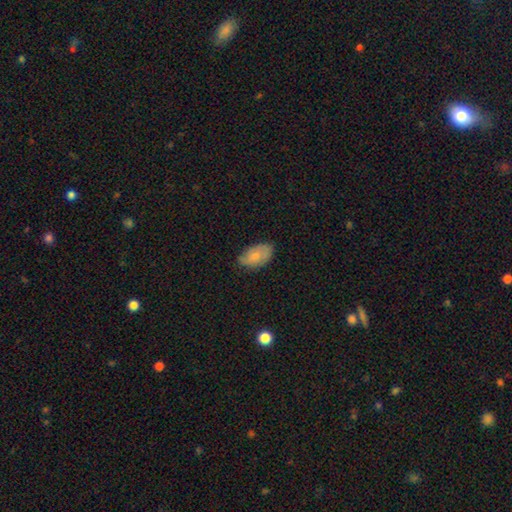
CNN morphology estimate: smooth-or-featured: smooth: 68% | featured or disk: 25% | star or artifact: 7%
  how-rounded: in between: 94% | round: 5% | cigar-shaped: 2%
  merging: none: 73% | minor disturbance: 22% | major disturbance: 4% | merger: 1%